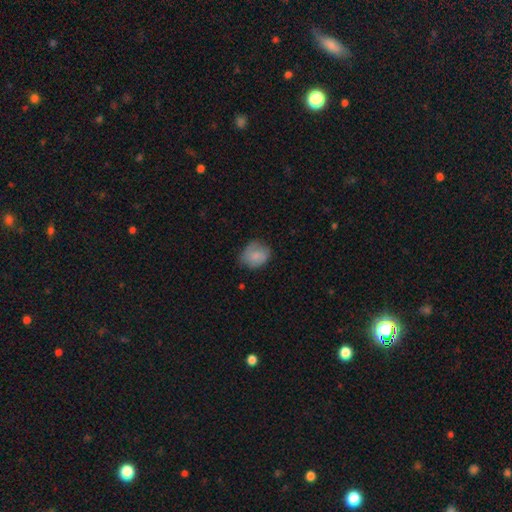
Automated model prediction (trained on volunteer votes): smooth 76%, featured or disk 17%, star or artifact 7%. Down the decision tree: how rounded — round (57%); merging — none (66%).